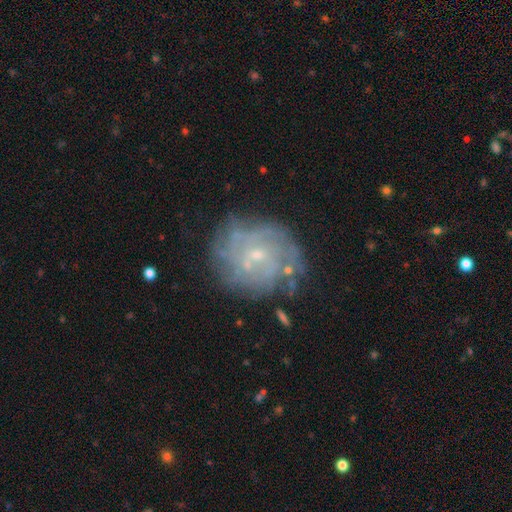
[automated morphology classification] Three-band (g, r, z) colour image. It shows a featured or disk galaxy (72%) with no bar (62%), tight (60%) spiral arms (75%) and a small central bulge (76%). Merging: none (69%).